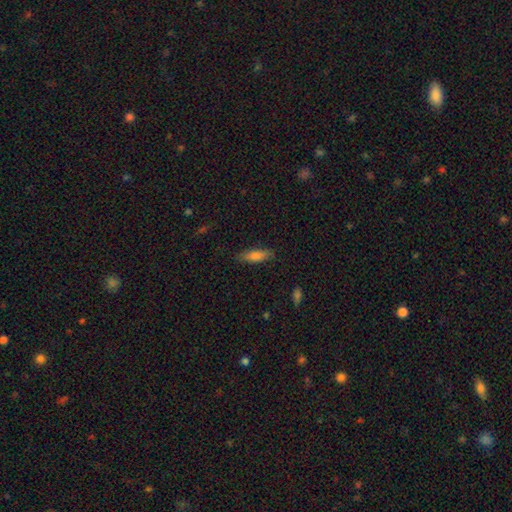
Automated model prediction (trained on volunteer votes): A smooth galaxy with no disk features (77%) that is in between round and cigar-shaped (51%). Merging: none (83%).